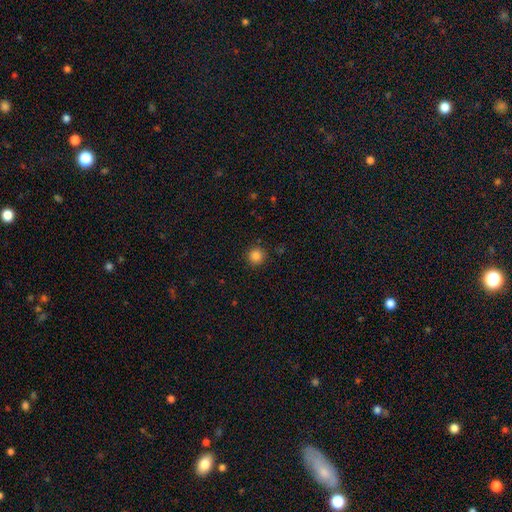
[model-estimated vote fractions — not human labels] Smooth or featured? smooth (85%)
How rounded? round (94%)
Merging? none (90%)